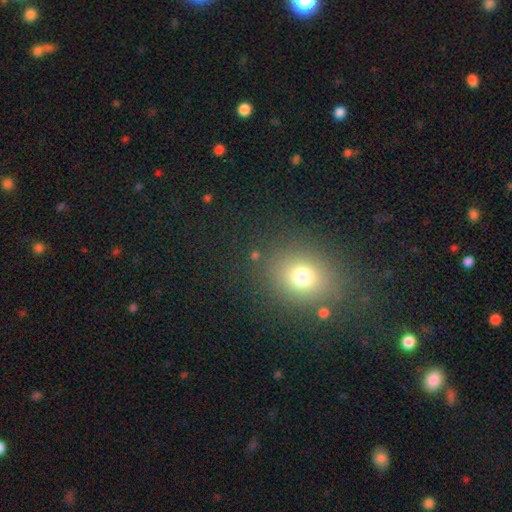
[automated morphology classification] smooth_or_featured: smooth (p=0.71) [alt: star or artifact p=0.21]
how_rounded: round (p=0.62) [alt: in between p=0.36]
merging: none (p=0.82) [alt: minor disturbance p=0.09]